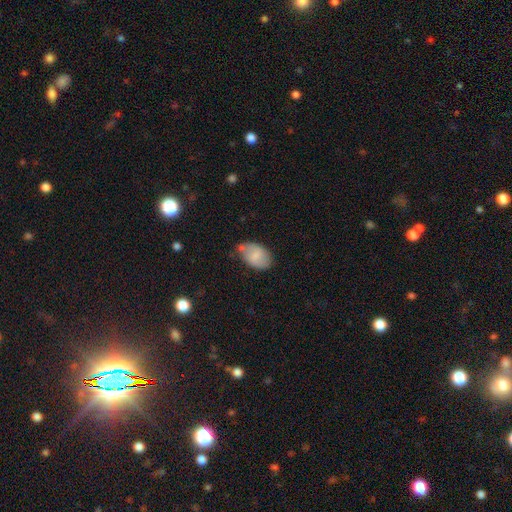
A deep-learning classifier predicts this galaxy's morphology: Smooth or featured? smooth (74%)
How rounded? in between (91%)
Merging? none (60%)